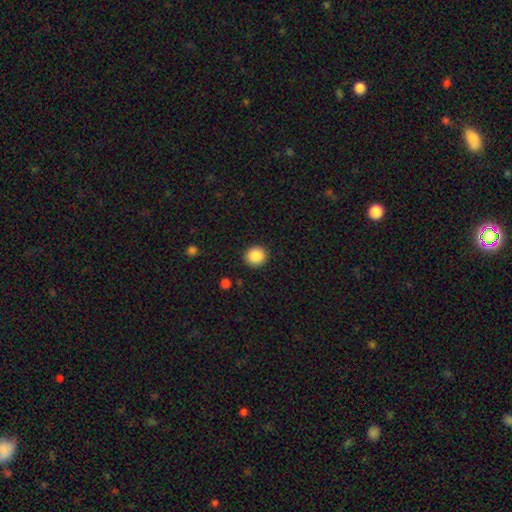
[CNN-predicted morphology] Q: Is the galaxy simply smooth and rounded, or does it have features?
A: smooth — 88%.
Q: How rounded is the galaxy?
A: round — 90%.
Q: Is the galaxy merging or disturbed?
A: none — 92%.